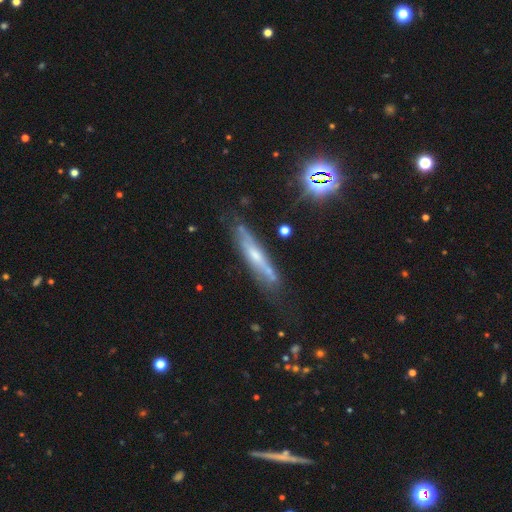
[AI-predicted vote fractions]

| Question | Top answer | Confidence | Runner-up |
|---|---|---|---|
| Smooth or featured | featured or disk | 61% | smooth (28%) |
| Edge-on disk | yes | 77% | no (23%) |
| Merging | none | 66% | minor disturbance (23%) |